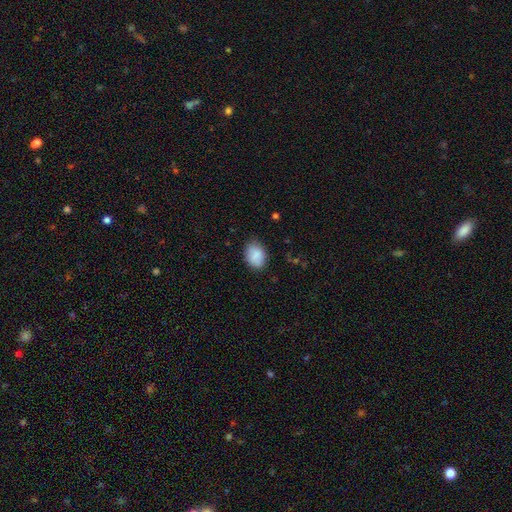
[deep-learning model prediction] This appears to be a smooth galaxy with no disk features (87%) that is in between round and cigar-shaped (76%). Merging: none (78%).